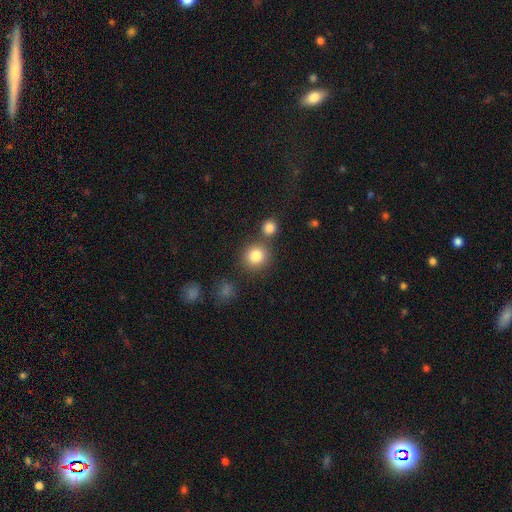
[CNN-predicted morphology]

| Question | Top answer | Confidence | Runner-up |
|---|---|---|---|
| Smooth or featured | smooth | 83% | star or artifact (11%) |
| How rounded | round | 89% | in between (10%) |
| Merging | none | 71% | merger (17%) |